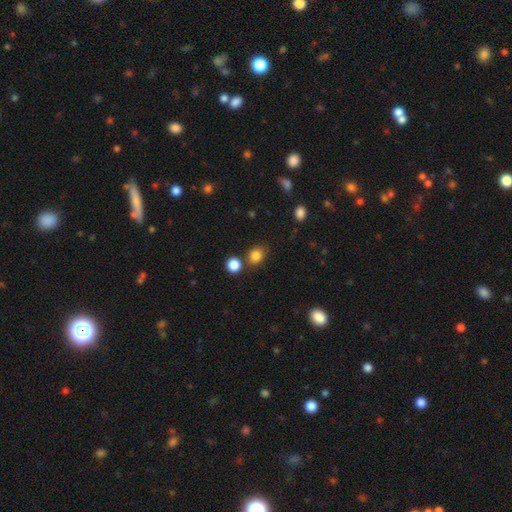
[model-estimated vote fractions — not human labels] smooth_or_featured: smooth (p=0.84) [alt: star or artifact p=0.12]
how_rounded: round (p=0.67) [alt: in between p=0.32]
merging: none (p=0.73) [alt: minor disturbance p=0.12]